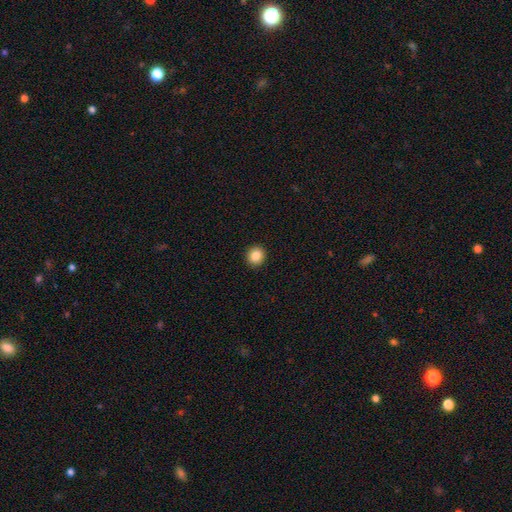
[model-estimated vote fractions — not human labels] smooth_or_featured: smooth (p=0.85) [alt: star or artifact p=0.10]
how_rounded: round (p=0.89) [alt: in between p=0.10]
merging: none (p=0.93) [alt: minor disturbance p=0.05]